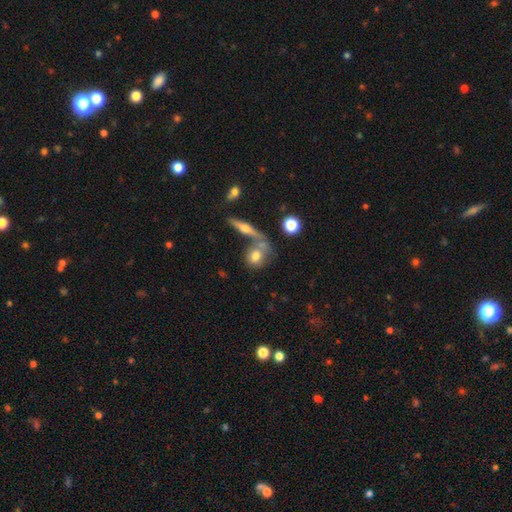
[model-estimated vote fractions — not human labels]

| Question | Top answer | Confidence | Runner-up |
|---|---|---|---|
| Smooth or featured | smooth | 66% | featured or disk (24%) |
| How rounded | round | 59% | in between (34%) |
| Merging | none | 45% | merger (35%) |